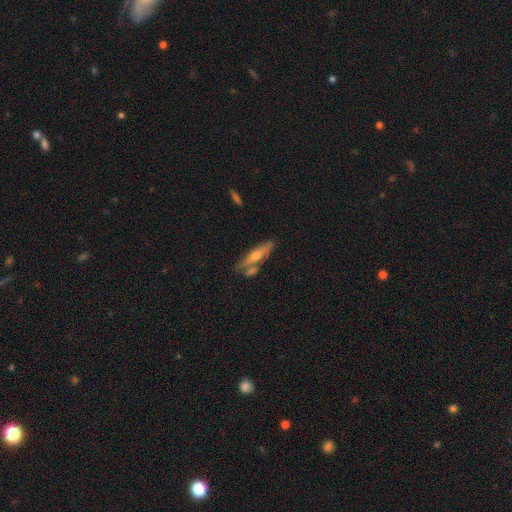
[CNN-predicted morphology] The model was most divided on "smooth or featured": featured or disk: 50%, smooth: 43%, star or artifact: 7%. More confident: merging — none (63%).